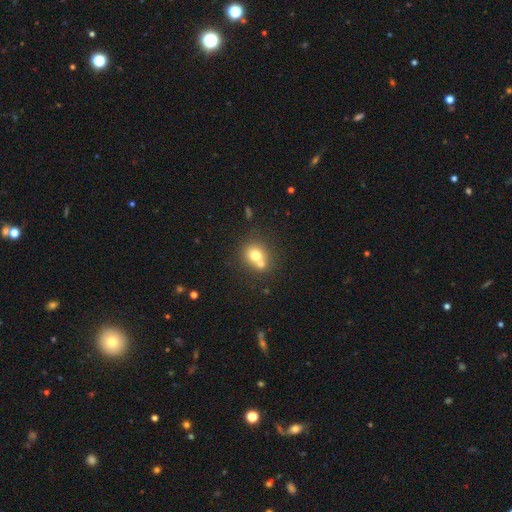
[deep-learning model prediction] A smooth galaxy with no disk features (70%) that is round (74%).

Vote fractions:
- Smooth or featured? smooth: 70% / featured or disk: 18% / star or artifact: 12%
- How rounded? round: 74% / in between: 25% / cigar-shaped: 1%
- Merging? merger: 45% / none: 43% / minor disturbance: 9% / major disturbance: 3%